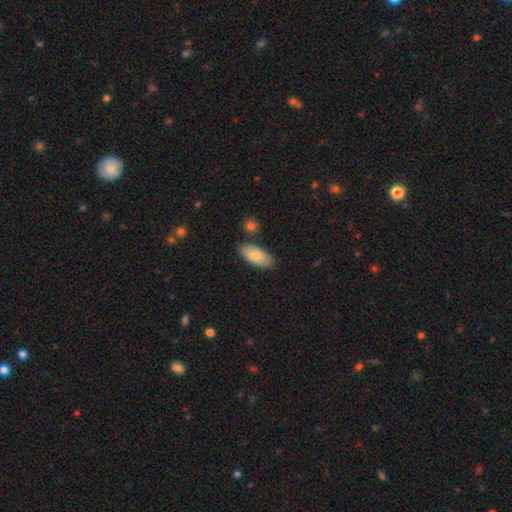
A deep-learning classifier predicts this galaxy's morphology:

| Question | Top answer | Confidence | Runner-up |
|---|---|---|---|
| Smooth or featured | smooth | 83% | featured or disk (12%) |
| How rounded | in between | 88% | cigar-shaped (10%) |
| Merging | none | 80% | minor disturbance (13%) |